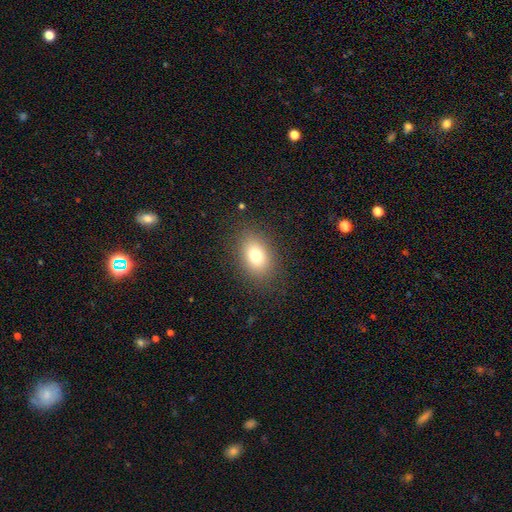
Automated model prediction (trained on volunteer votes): This is likely a smooth galaxy (77%). How rounded: likely in between (76%). Merging: clearly none (86%).